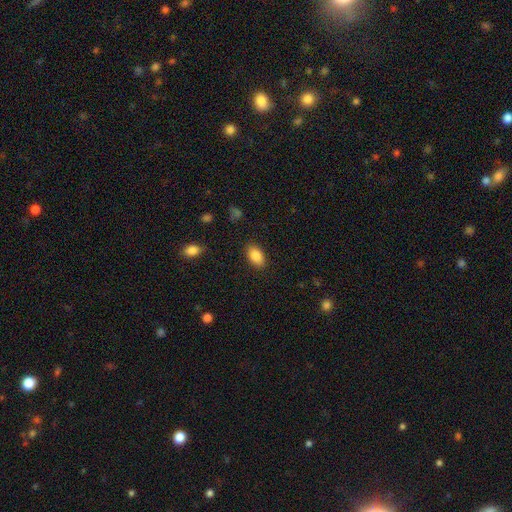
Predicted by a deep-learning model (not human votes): smooth 88%, star or artifact 7%, featured or disk 4%. Down the decision tree: how rounded — in between (91%); merging — none (86%).